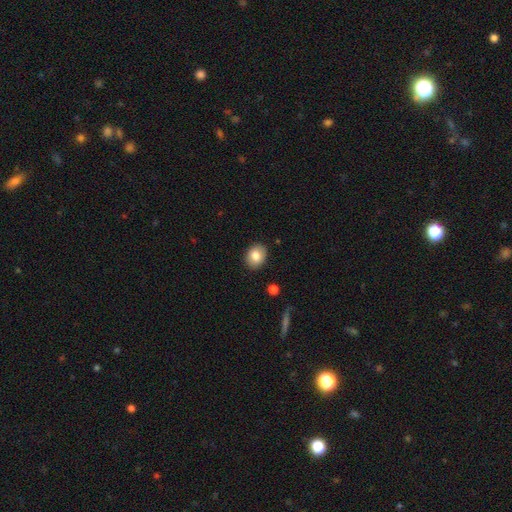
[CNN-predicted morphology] Smooth or featured: smooth — 82% (featured or disk — 10%)
How rounded: in between — 53% (round — 46%)
Merging: none — 89% (minor disturbance — 8%)